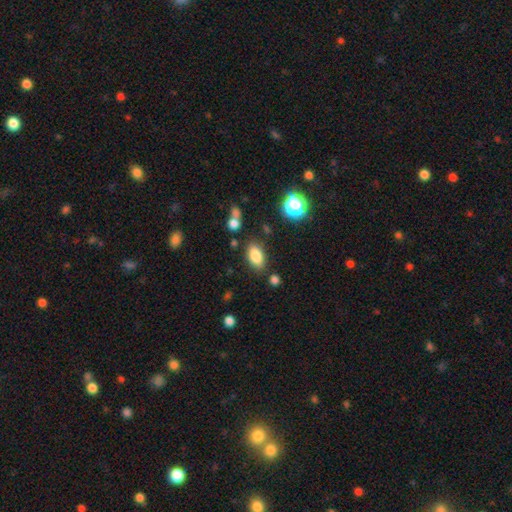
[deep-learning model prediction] This is clearly a smooth galaxy (84%). How rounded: clearly in between (90%). Merging: clearly none (82%).